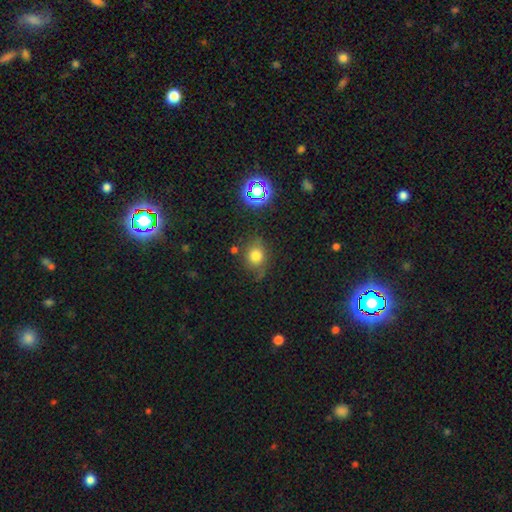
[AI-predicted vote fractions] Smooth or featured? smooth (72%)
How rounded? round (72%)
Merging? none (68%)